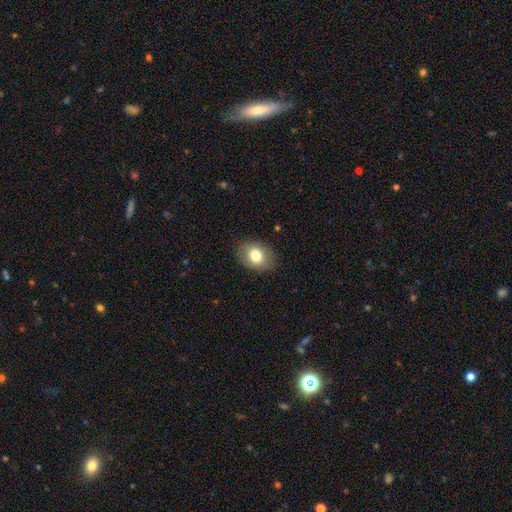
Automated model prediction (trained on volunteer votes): This is likely a smooth galaxy (77%). How rounded: likely in between (68%). Merging: clearly none (85%).